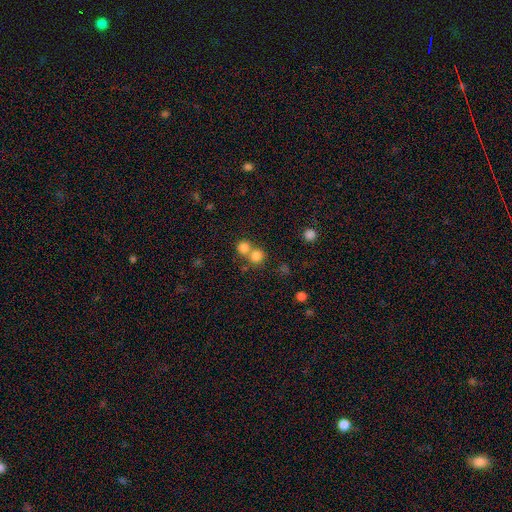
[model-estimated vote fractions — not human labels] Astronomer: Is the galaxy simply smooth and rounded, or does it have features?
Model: smooth — 79%.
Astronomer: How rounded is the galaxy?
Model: round — 89%.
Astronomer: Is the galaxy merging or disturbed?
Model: none — 49% (runner-up: merger, 43%).